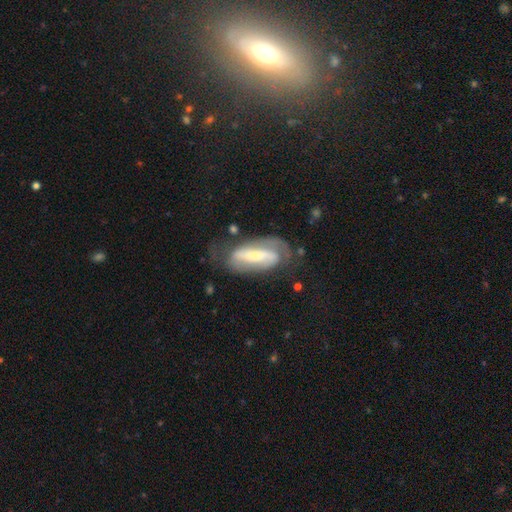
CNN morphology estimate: Overall: featured or disk (75%). Edge-on disk: no (88%). Bar: strong (60%; weak 25%). Spiral arms: yes (83%). Spiral arm count: 2 (75%). Spiral winding: medium (40%; tight 36%). Bulge size: small (47%; moderate 38%). Merging: none (61%).